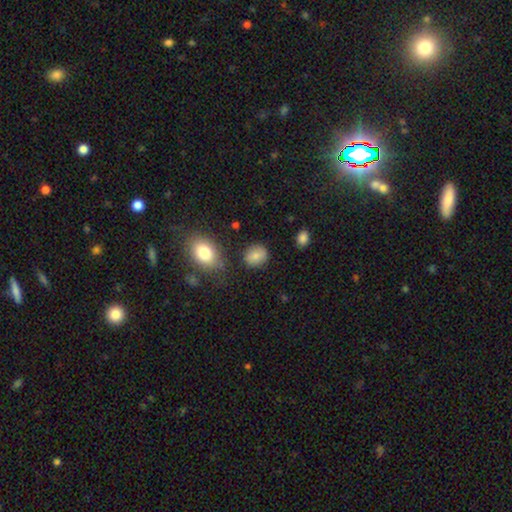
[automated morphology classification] Smooth or featured? smooth (83%)
How rounded? round (63%)
Merging? none (82%)